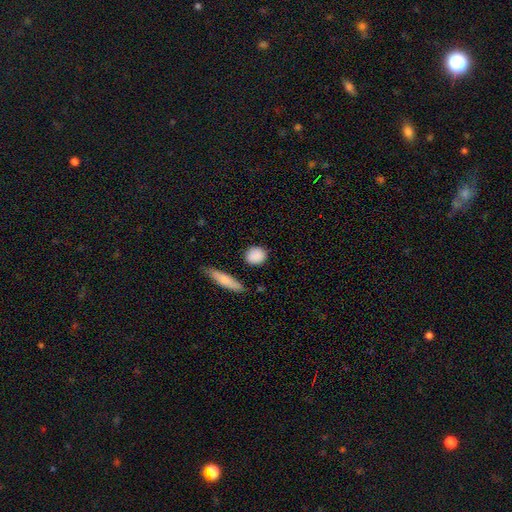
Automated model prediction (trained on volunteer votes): Q: Smooth or featured?
A: smooth (88%); runner-up: star or artifact (7%)
Q: How rounded?
A: round (73%); runner-up: in between (23%)
Q: Merging?
A: none (83%); runner-up: minor disturbance (11%)